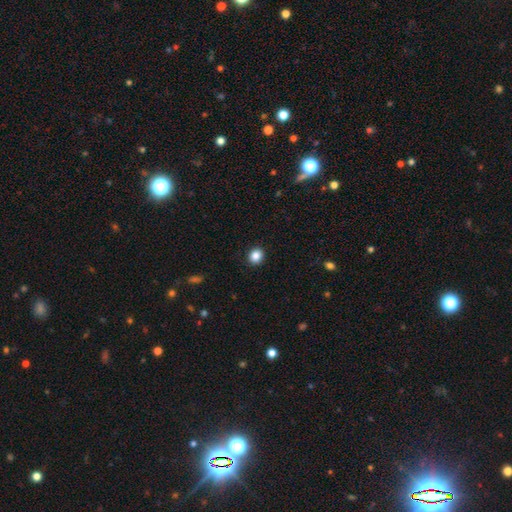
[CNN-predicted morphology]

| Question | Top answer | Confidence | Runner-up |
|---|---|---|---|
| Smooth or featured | smooth | 86% | star or artifact (10%) |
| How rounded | round | 78% | in between (21%) |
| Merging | none | 92% | minor disturbance (6%) |